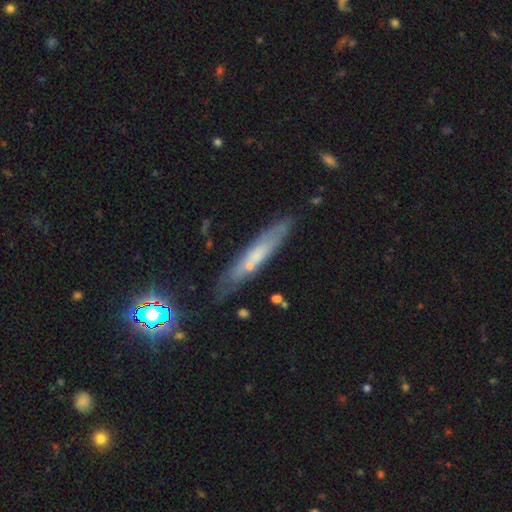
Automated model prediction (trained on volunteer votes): This appears to be a featured or disk galaxy (45%, tied with smooth). Merging: none (75%).